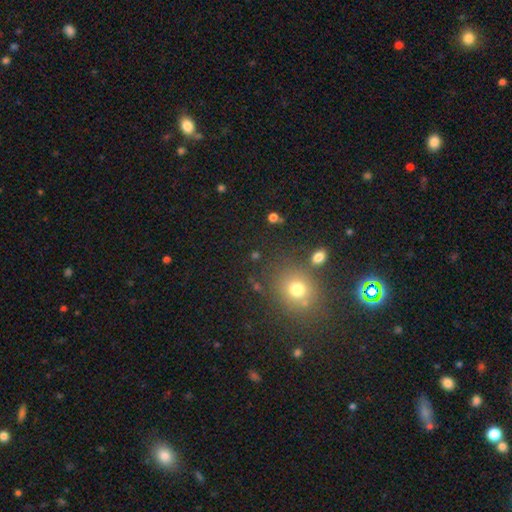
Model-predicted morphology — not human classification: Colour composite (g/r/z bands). It shows a smooth galaxy with no disk features (55%) that is round (74%). Merging: none (78%).